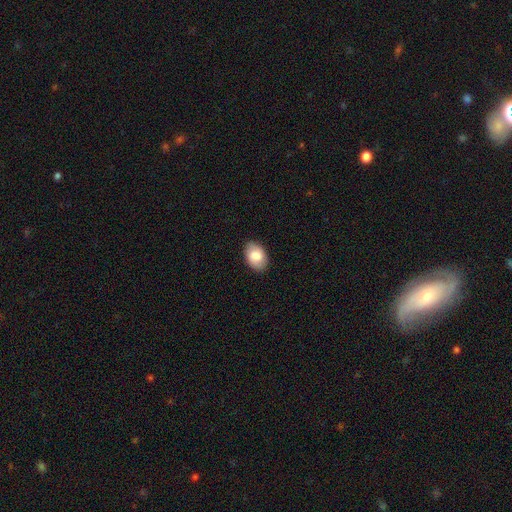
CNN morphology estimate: Smooth or featured?
  - smooth: 82% *
  - featured or disk: 12%
  - star or artifact: 6%
How rounded?
  - in between: 89% *
  - round: 10%
  - cigar-shaped: 1%
Merging?
  - none: 86% *
  - minor disturbance: 11%
  - major disturbance: 2%
  - merger: 1%